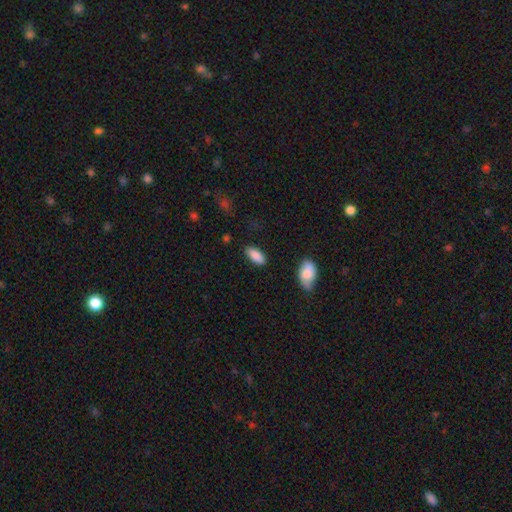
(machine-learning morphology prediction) This appears to be a smooth galaxy with no disk features (88%) that is in between round and cigar-shaped (86%). Merging: none (84%).